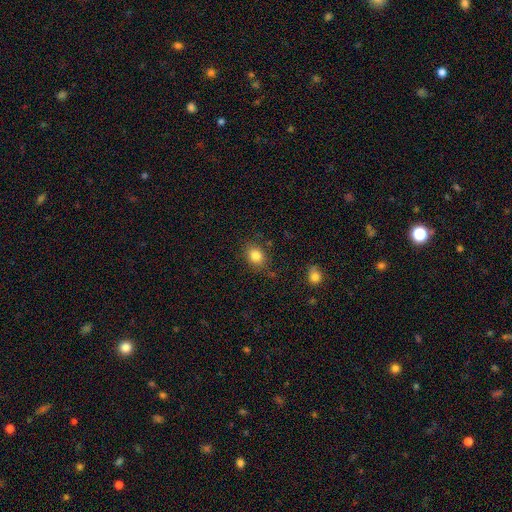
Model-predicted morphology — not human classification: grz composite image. It shows a smooth galaxy with no disk features (83%) that is in between round and cigar-shaped (50%). Merging: none (81%).